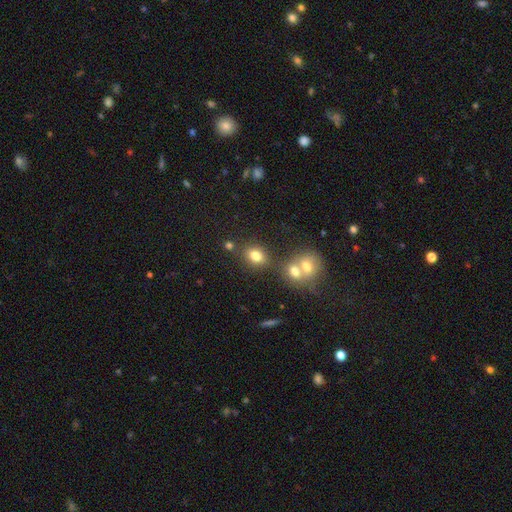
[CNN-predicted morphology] This is likely a smooth galaxy (77%). How rounded: possibly in between (51%). Merging: likely none (66%).